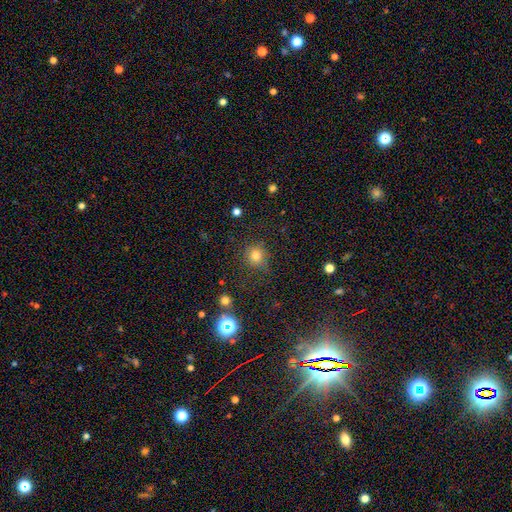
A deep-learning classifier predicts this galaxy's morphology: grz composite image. It shows a smooth galaxy with no disk features (78%) that is round (86%). Merging: none (79%).